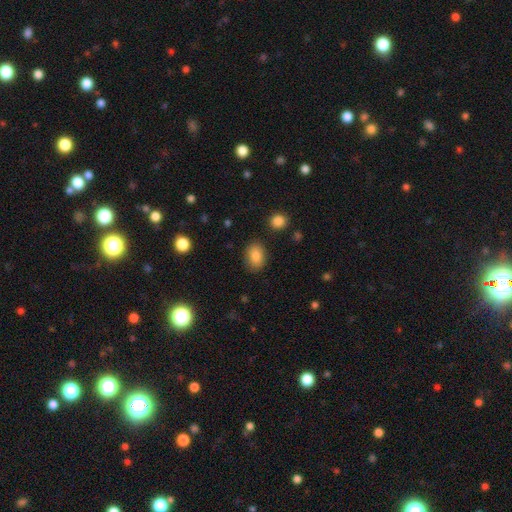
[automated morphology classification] Smooth or featured? Predicted: smooth (p=0.86). How rounded? Predicted: in between (p=0.81). Merging? Predicted: none (p=0.83).